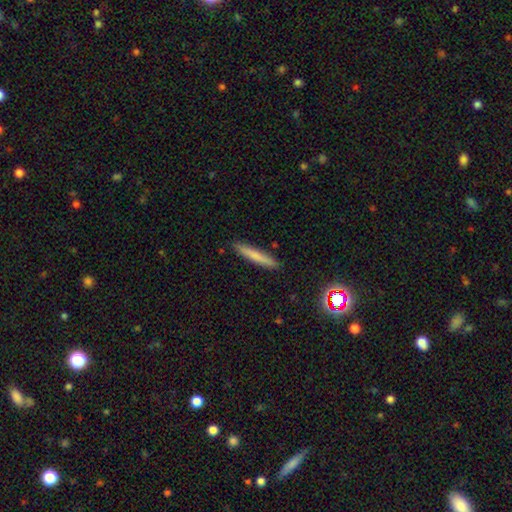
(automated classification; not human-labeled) Morphology: type=smooth (73%); roundness=cigar-shaped (94%); merging=none (90%).